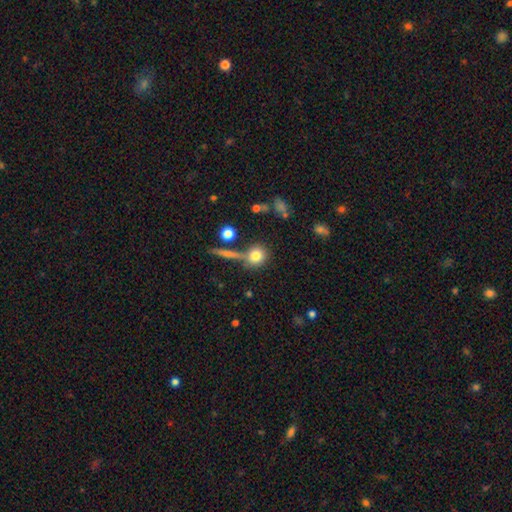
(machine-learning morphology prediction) smooth 77%, featured or disk 12%, star or artifact 11%. Down the decision tree: how rounded — round (85%); merging — none (67%).